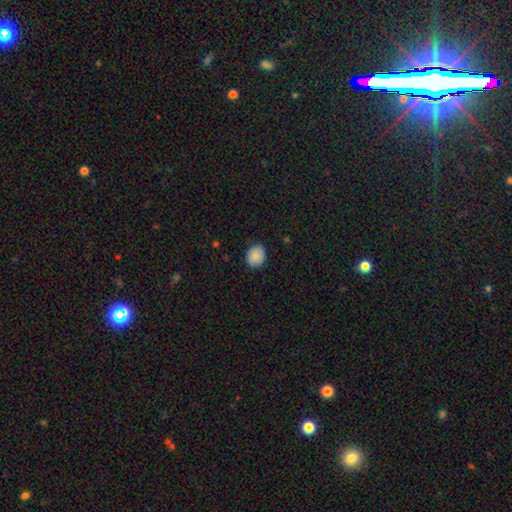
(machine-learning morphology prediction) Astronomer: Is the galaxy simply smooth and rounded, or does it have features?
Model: smooth — 86%.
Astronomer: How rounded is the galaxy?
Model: round — 61% (runner-up: in between, 39%).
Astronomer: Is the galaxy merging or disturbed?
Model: none — 85%.